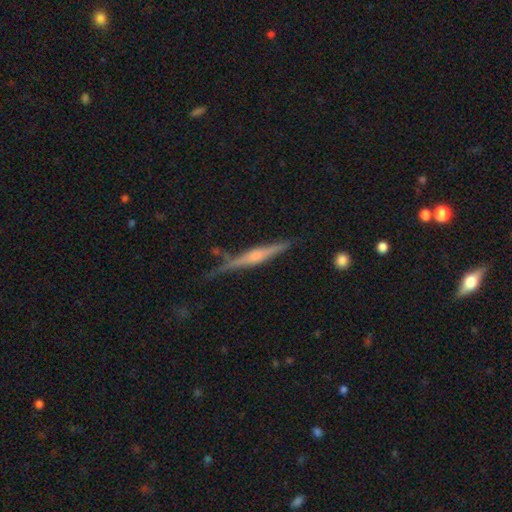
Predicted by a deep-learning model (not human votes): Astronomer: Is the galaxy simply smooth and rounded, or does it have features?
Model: featured or disk — 67%.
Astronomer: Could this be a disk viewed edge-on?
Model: yes — 97%.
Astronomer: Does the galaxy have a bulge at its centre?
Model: rounded — 64%.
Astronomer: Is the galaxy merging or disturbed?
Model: none — 75%.